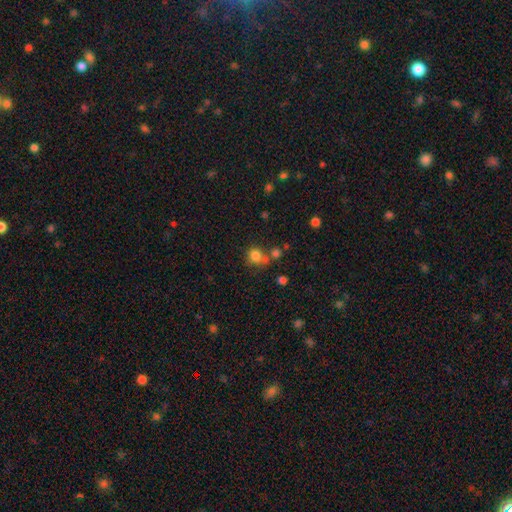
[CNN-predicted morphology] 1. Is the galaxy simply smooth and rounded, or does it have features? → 80% smooth, 13% star or artifact, 7% featured or disk.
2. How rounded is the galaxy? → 80% round, 19% in between, 1% cigar-shaped.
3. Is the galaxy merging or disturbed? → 54% none, 25% merger, 14% minor disturbance, 7% major disturbance.